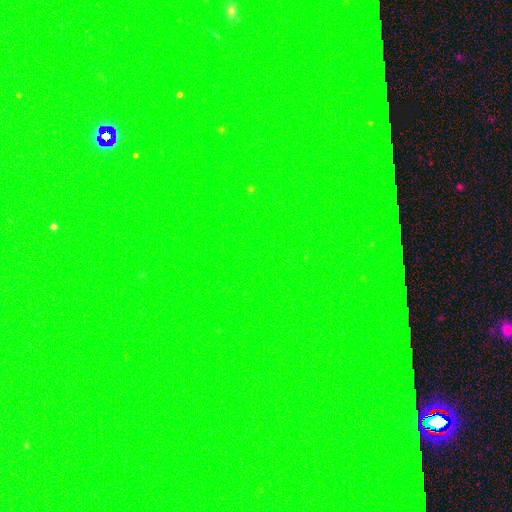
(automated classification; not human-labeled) Morphology: type=star or artifact (84%).